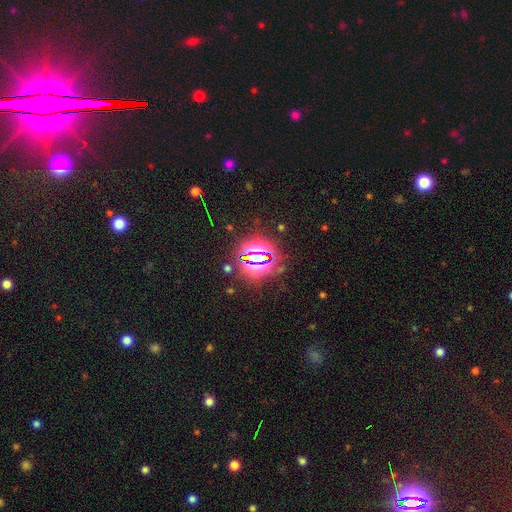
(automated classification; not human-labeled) Smooth or featured? star or artifact (79%)